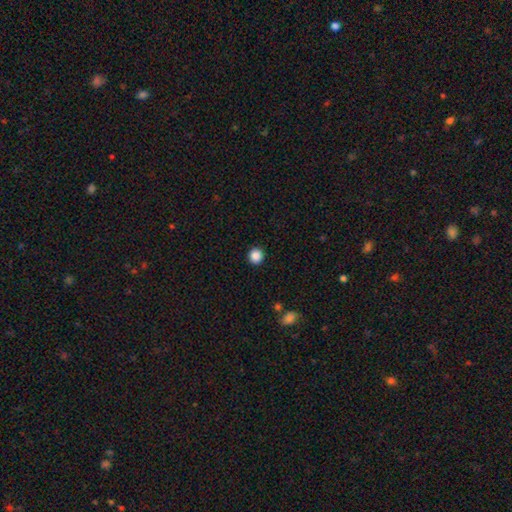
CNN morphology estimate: Smooth or featured?
  - smooth: 87% *
  - star or artifact: 10%
  - featured or disk: 3%
How rounded?
  - round: 93% *
  - in between: 6%
  - cigar-shaped: 1%
Merging?
  - none: 93% *
  - minor disturbance: 5%
  - major disturbance: 2%
  - merger: 1%